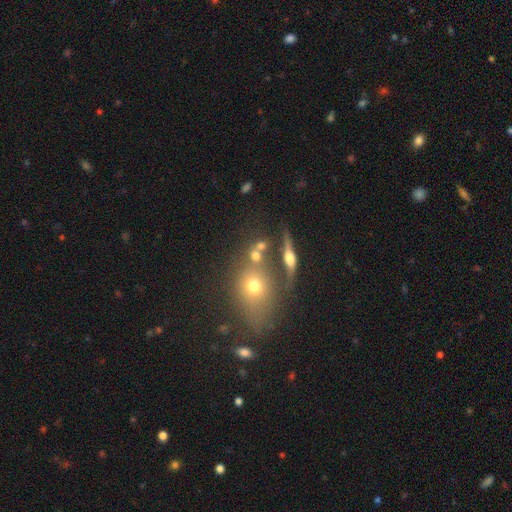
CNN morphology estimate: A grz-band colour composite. It shows a smooth galaxy with no disk features (62%) that is round (70%). Merging: none (53%).